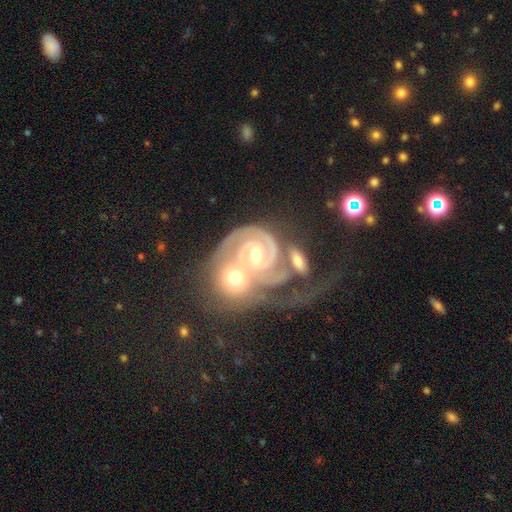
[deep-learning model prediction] Overall: featured or disk (87%). Edge-on disk: no (97%). Bar: no (50%; weak 35%). Spiral arms: yes (96%). Spiral arm count: 2 (62%). Spiral winding: tight (66%; medium 27%). Bulge size: moderate (68%). Merging: merger (68%).